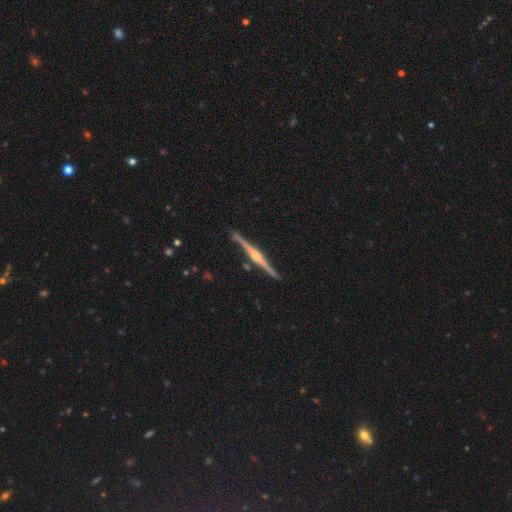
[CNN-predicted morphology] Overall: featured or disk (86%). Edge-on disk: yes (99%). Edge-on bulge: rounded (85%). Merging: none (89%).